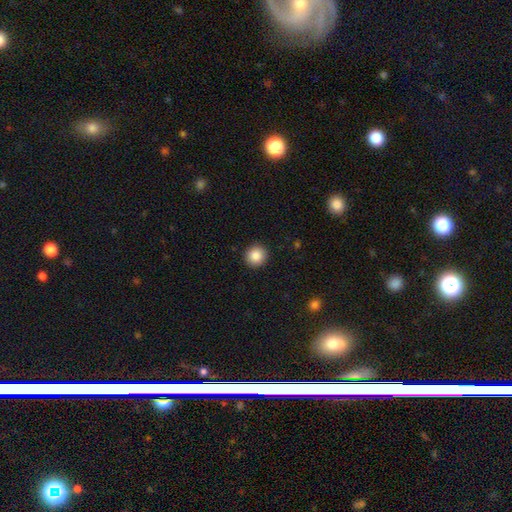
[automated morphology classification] This appears to be a smooth galaxy with no disk features (87%) that is round (92%). Merging: none (92%).